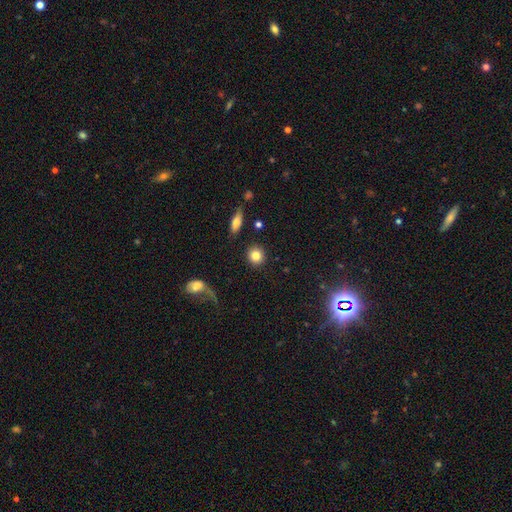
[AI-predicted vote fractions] This appears to be a smooth galaxy with no disk features (84%) that is round (89%). Merging: none (89%).